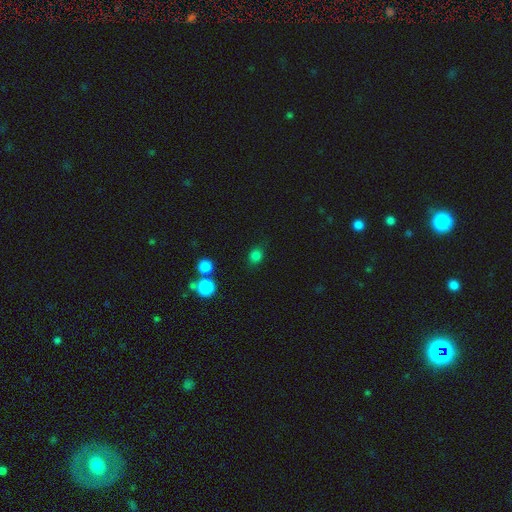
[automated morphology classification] This appears to be a smooth galaxy with no disk features (80%) that is round (67%). Merging: none (77%).